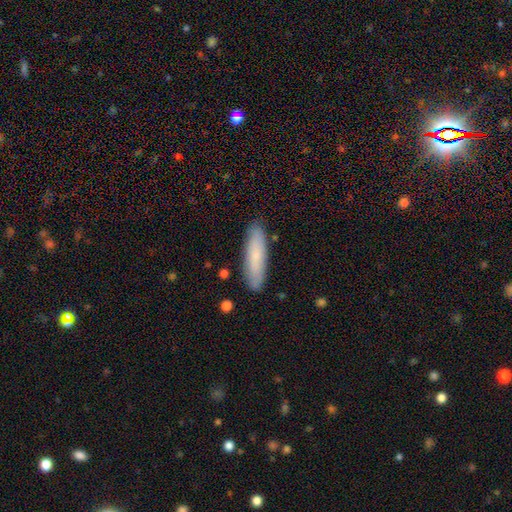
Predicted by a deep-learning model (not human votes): Overall: smooth (75%). How rounded: cigar-shaped (71%). Merging: none (87%).